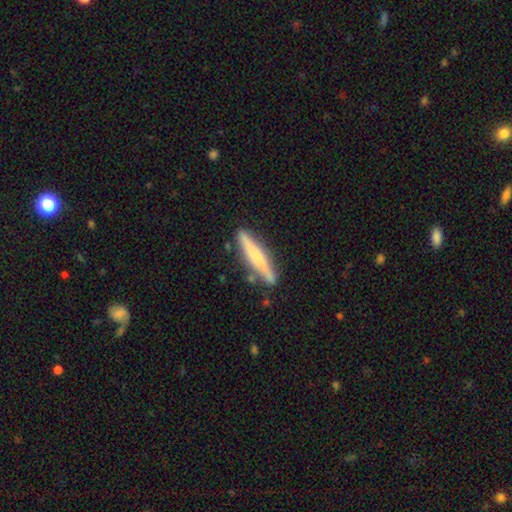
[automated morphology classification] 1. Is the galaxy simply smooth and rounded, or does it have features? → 48% smooth, 46% featured or disk, 6% star or artifact.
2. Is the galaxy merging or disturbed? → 84% none, 11% minor disturbance, 3% merger, 2% major disturbance.